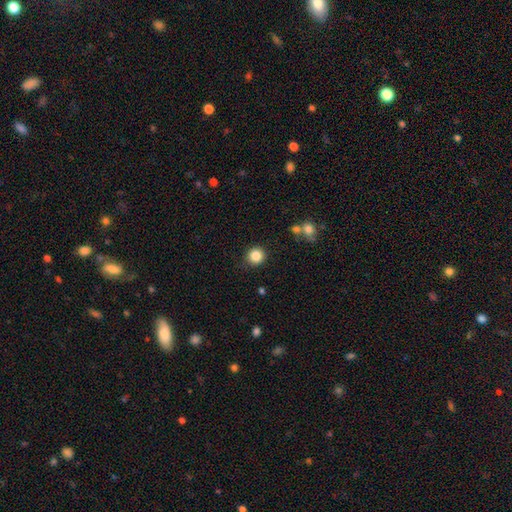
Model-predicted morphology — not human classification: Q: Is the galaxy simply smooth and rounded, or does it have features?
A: smooth — 85%.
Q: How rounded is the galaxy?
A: round — 92%.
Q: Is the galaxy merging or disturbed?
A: none — 86%.